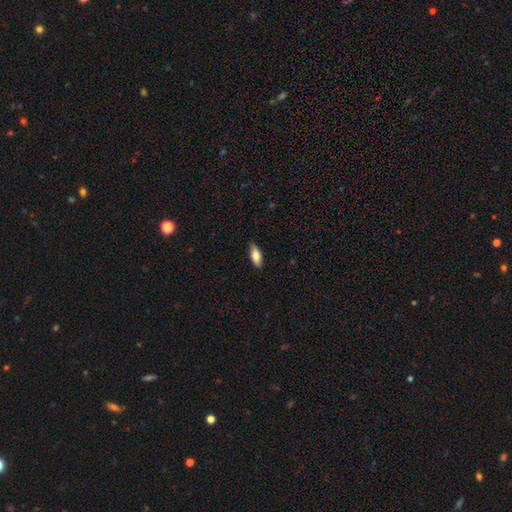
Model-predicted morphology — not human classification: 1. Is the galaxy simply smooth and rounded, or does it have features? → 78% smooth, 16% featured or disk, 6% star or artifact.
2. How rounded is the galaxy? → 76% in between, 22% cigar-shaped, 2% round.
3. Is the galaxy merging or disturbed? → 85% none, 12% minor disturbance, 2% major disturbance, 1% merger.